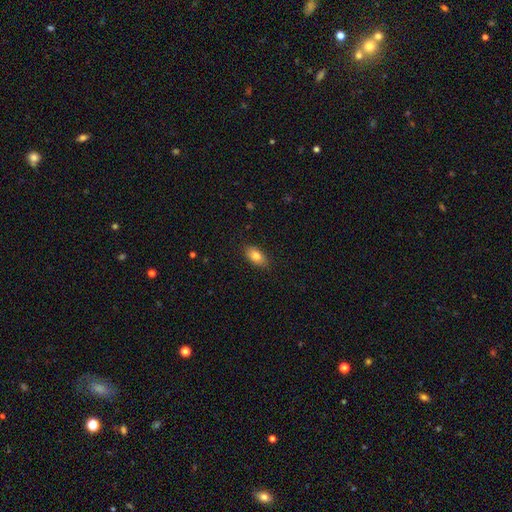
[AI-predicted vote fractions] A smooth galaxy with no disk features (83%) that is in between round and cigar-shaped (90%). Merging: none (86%).